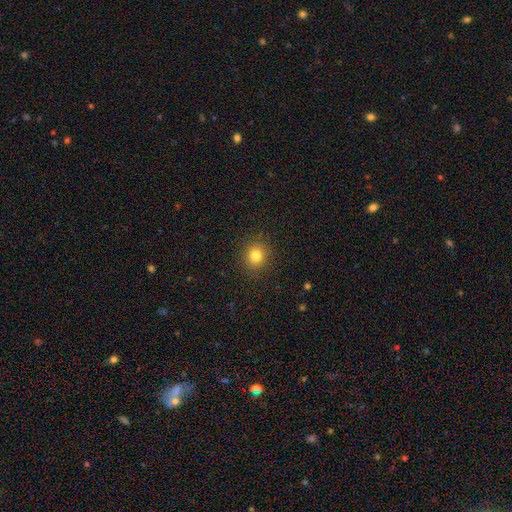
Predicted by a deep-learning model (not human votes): Overall: smooth (81%). How rounded: round (85%). Merging: none (89%).